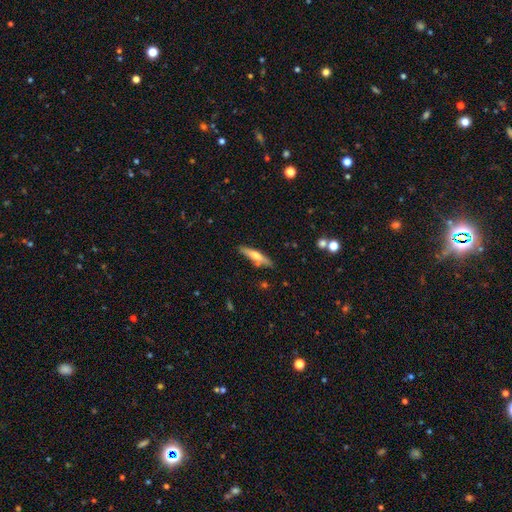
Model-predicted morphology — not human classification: This appears to be a smooth galaxy with no disk features (50%) that is cigar-shaped (81%). Merging: none (80%).